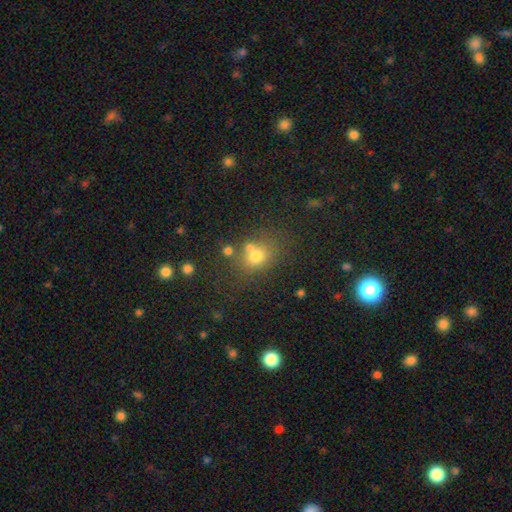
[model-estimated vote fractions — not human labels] Smooth or featured: smooth — 72% (star or artifact — 16%)
How rounded: round — 63% (in between — 36%)
Merging: none — 59% (merger — 21%)